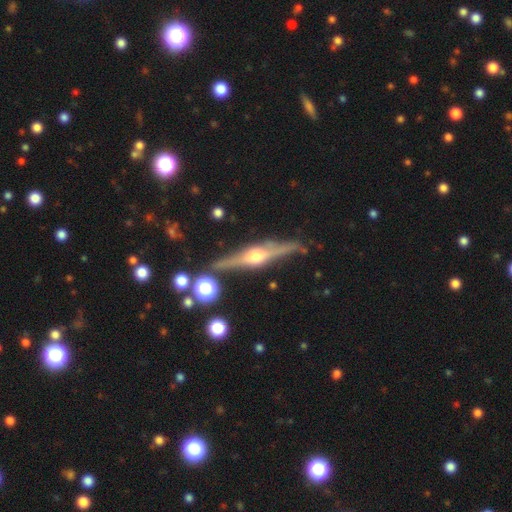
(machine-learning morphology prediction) Overall: featured or disk (81%). Edge-on disk: yes (97%). Edge-on bulge: rounded (92%). Merging: none (84%).